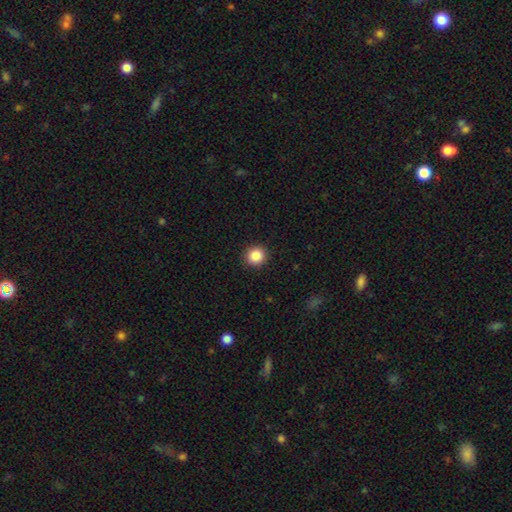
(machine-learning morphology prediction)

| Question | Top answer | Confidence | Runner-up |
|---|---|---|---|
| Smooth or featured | smooth | 87% | star or artifact (10%) |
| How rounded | round | 91% | in between (8%) |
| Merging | none | 92% | minor disturbance (5%) |